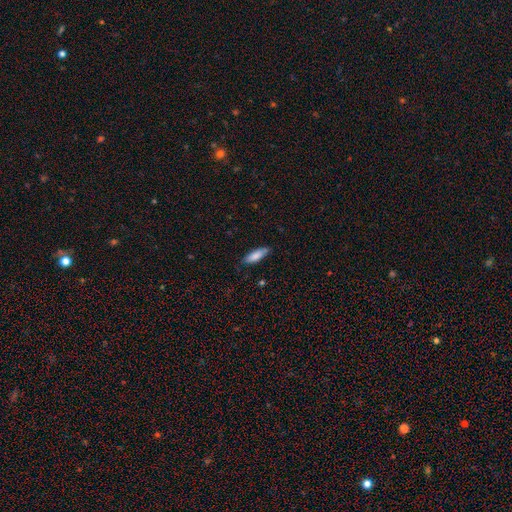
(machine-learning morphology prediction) type=smooth (83%); roundness=in between (52%); merging=none (79%).